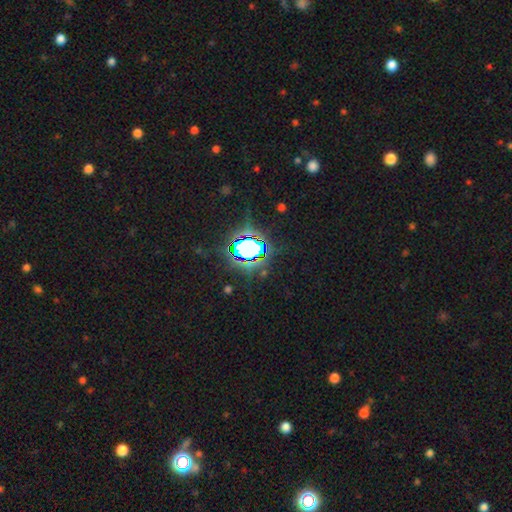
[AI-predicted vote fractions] Smooth or featured? star or artifact (82%)